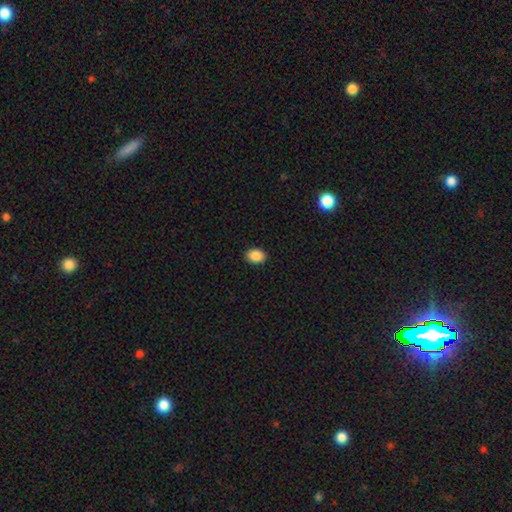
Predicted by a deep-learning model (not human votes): Smooth or featured? smooth (89%)
How rounded? in between (72%)
Merging? none (90%)